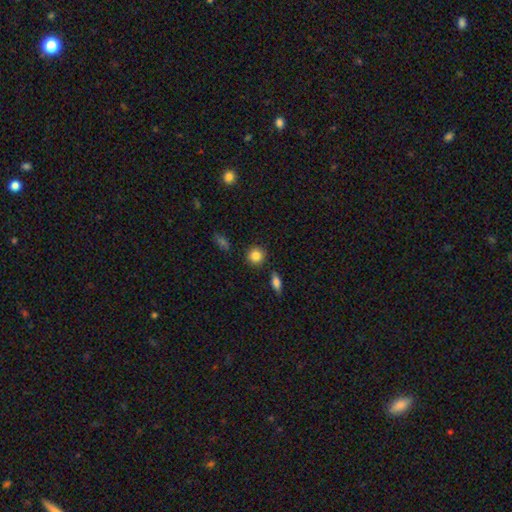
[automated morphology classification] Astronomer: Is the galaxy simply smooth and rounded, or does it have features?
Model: smooth — 85%.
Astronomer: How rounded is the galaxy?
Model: round — 89%.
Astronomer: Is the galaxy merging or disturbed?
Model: none — 87%.